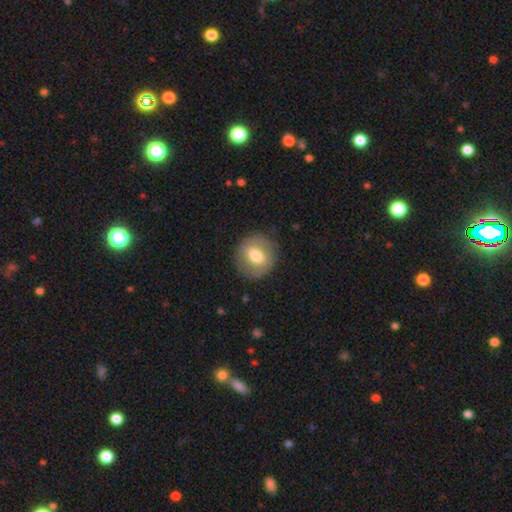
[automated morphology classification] The model was most divided on "smooth or featured": smooth: 60%, featured or disk: 32%, star or artifact: 7%. More confident: merging — none (84%); how rounded — round (80%).